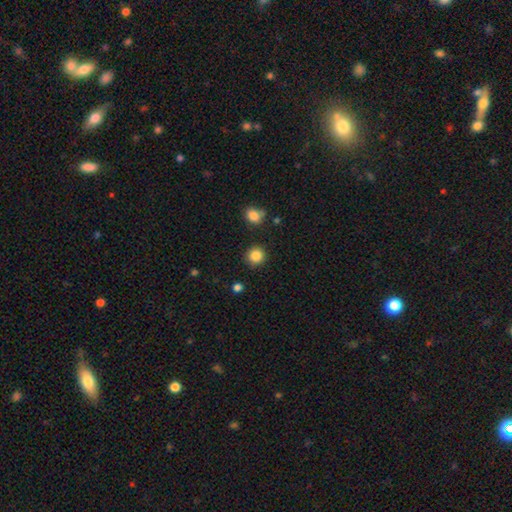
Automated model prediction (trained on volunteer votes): smooth 86%, star or artifact 10%, featured or disk 4%. Down the decision tree: how rounded — round (92%); merging — none (89%).